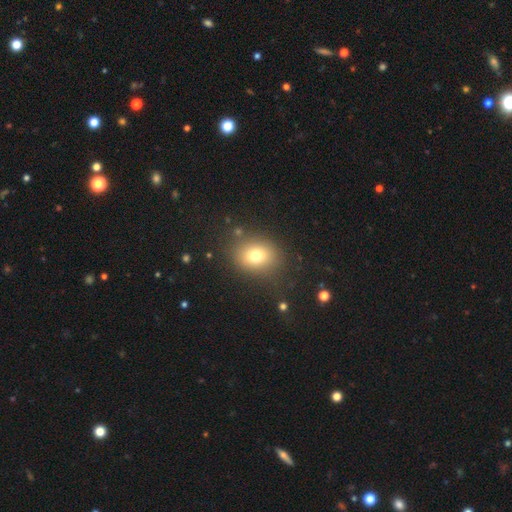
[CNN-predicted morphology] Smooth or featured? smooth (75%)
How rounded? round (52%)
Merging? none (82%)